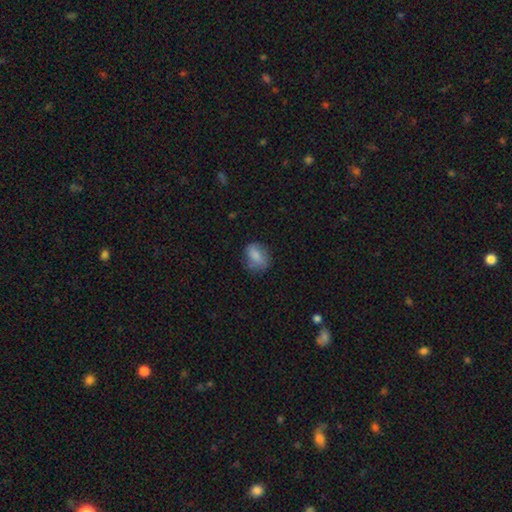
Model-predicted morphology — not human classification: This appears to be a smooth galaxy with no disk features (76%) that is in between round and cigar-shaped (69%). Merging: none (63%).